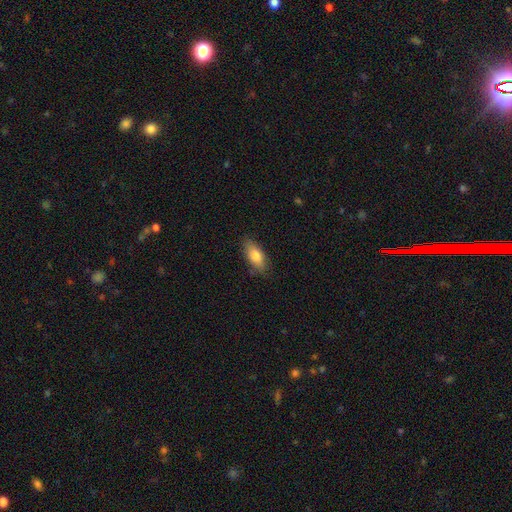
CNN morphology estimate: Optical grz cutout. It shows a smooth galaxy with no disk features (81%) that is in between round and cigar-shaped (84%). Merging: none (82%).